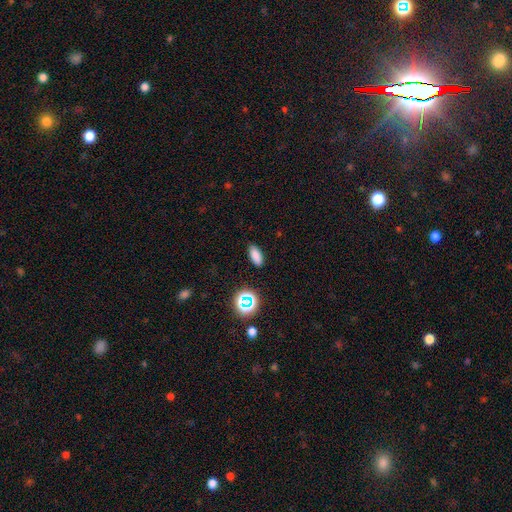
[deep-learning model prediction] Smooth or featured?
  - smooth: 80% *
  - star or artifact: 15%
  - featured or disk: 5%
How rounded?
  - in between: 82% *
  - cigar-shaped: 13%
  - round: 5%
Merging?
  - none: 87% *
  - minor disturbance: 9%
  - major disturbance: 2%
  - merger: 1%